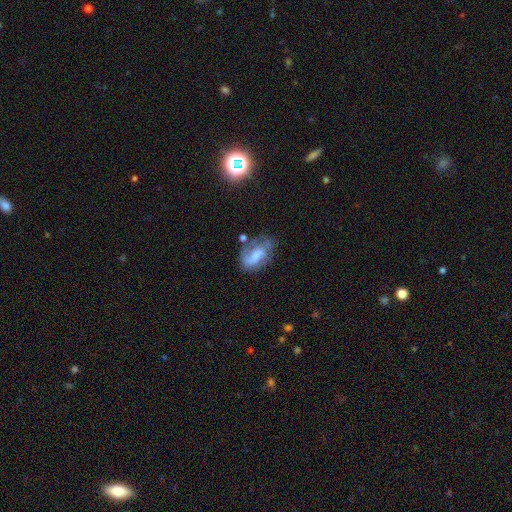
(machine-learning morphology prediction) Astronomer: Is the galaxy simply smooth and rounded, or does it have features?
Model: featured or disk — 48% (runner-up: smooth, 43%).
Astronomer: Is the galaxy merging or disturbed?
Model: none — 43% (runner-up: minor disturbance, 28%).